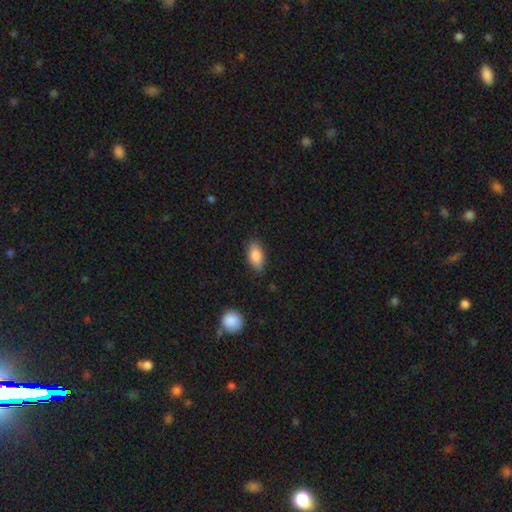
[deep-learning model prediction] Smooth or featured? smooth (84%)
How rounded? in between (87%)
Merging? none (83%)